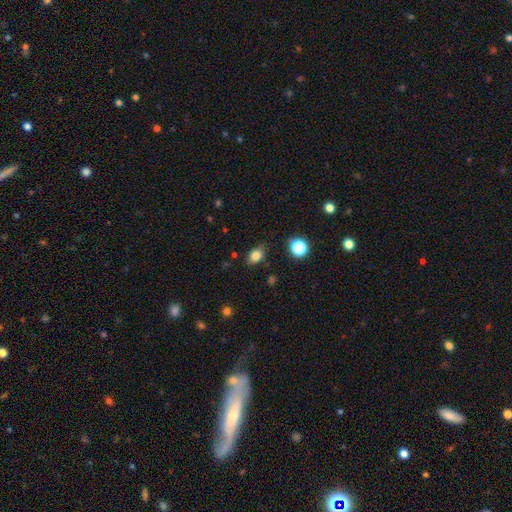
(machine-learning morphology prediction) A smooth galaxy with no disk features (81%) that is in between round and cigar-shaped (74%). Merging: none (77%).